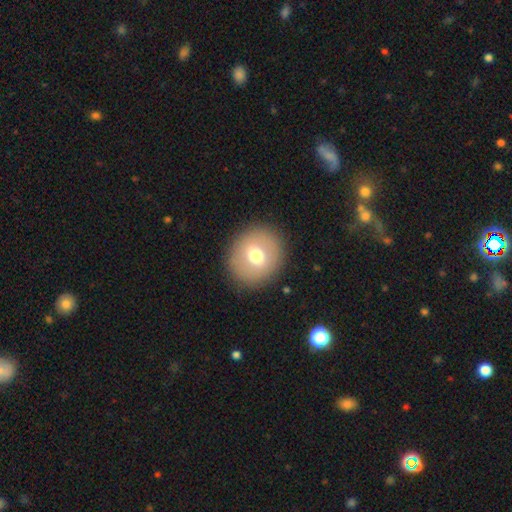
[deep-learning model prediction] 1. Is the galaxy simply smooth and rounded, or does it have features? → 67% smooth, 24% featured or disk, 10% star or artifact.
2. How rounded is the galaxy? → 87% round, 12% in between, 1% cigar-shaped.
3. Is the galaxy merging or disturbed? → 89% none, 7% minor disturbance, 3% major disturbance, 1% merger.